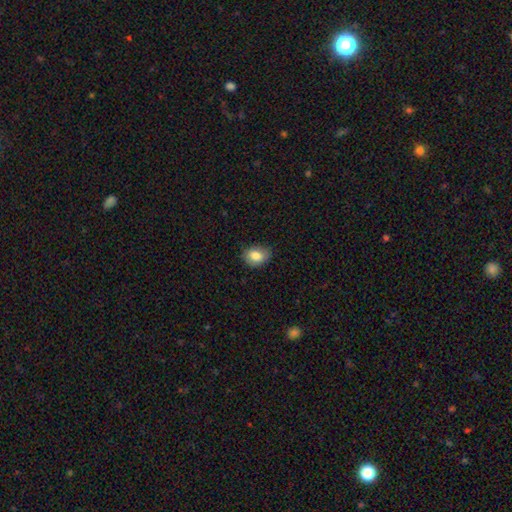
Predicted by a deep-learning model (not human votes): A smooth galaxy with no disk features (83%) that is in between round and cigar-shaped (65%).

Vote fractions:
- Smooth or featured? smooth: 83% / featured or disk: 9% / star or artifact: 8%
- How rounded? in between: 65% / round: 34% / cigar-shaped: 1%
- Merging? none: 79% / minor disturbance: 17% / major disturbance: 3% / merger: 1%